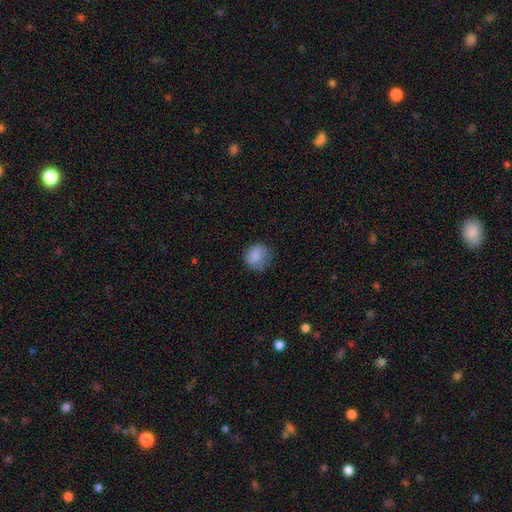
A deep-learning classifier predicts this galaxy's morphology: Smooth or featured? smooth (83%)
How rounded? round (81%)
Merging? none (68%)